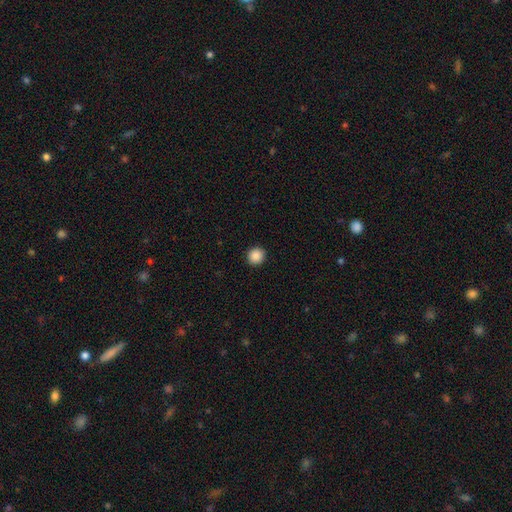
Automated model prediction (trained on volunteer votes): smooth 88%, star or artifact 9%, featured or disk 3%. Down the decision tree: how rounded — round (95%); merging — none (93%).